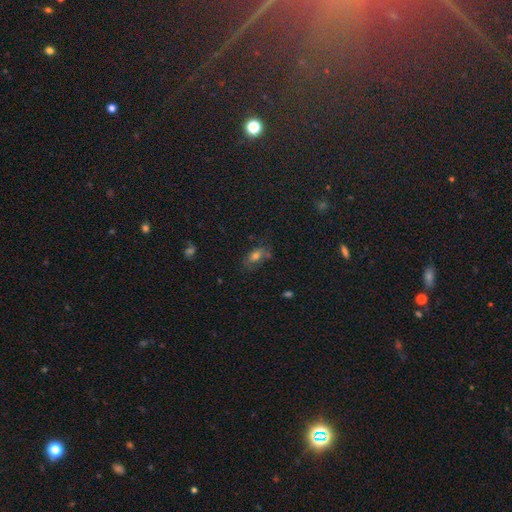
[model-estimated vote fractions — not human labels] Morphology: type=smooth (61%); roundness=in between (81%); merging=none (58%).